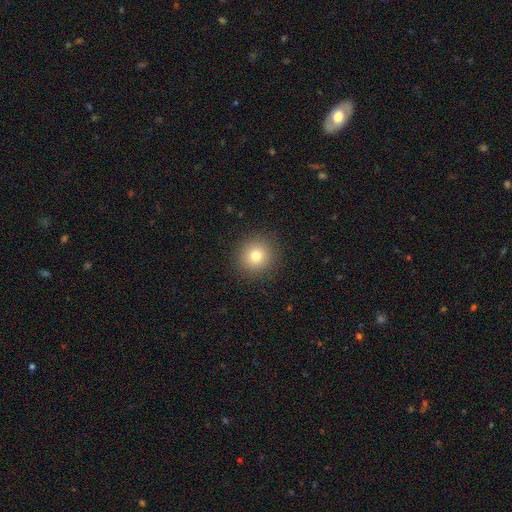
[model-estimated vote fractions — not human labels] smooth 77%, star or artifact 13%, featured or disk 10%. Down the decision tree: how rounded — round (93%); merging — none (90%).